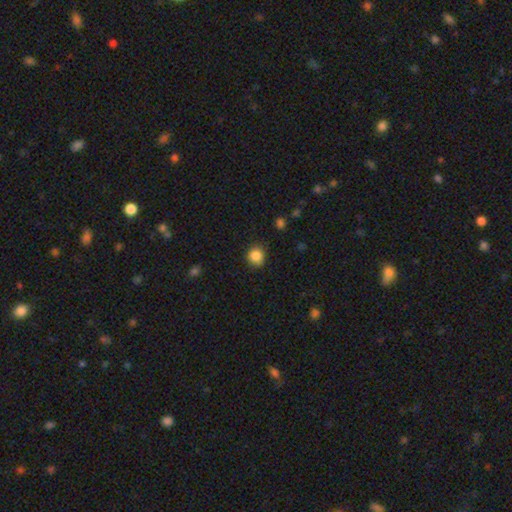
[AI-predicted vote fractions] Morphology: type=smooth (86%); roundness=round (82%); merging=none (76%).